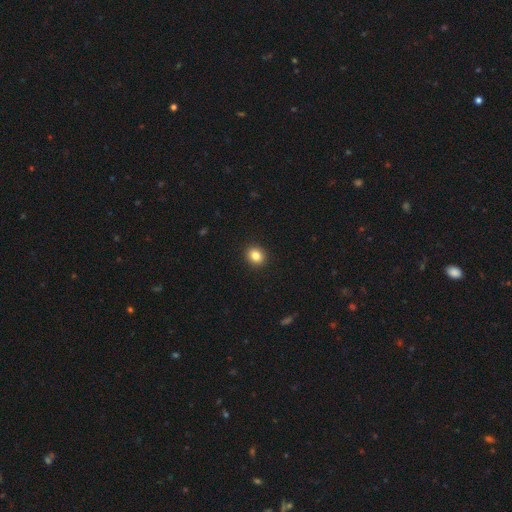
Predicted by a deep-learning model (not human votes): A smooth galaxy with no disk features (85%) that is round (69%). Merging: none (92%).